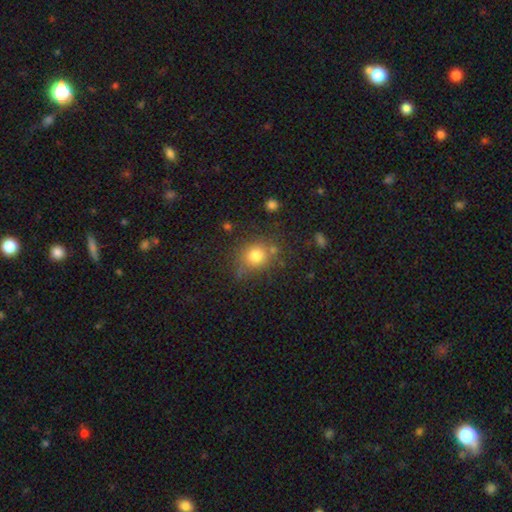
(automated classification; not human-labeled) Smooth or featured? smooth (78%)
How rounded? round (80%)
Merging? none (69%)